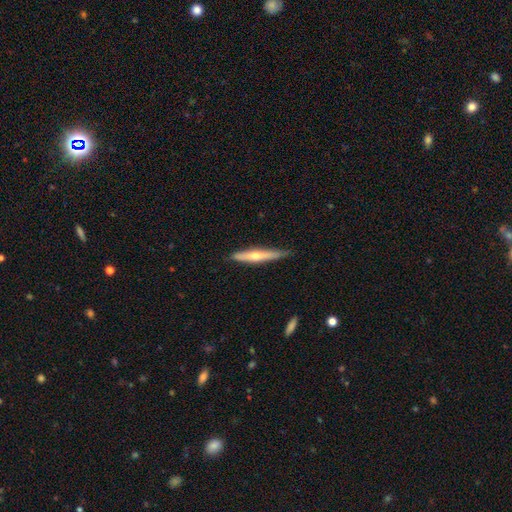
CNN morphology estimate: smooth-or-featured: featured or disk: 49% | smooth: 46% | star or artifact: 5%
  merging: none: 77% | minor disturbance: 19% | major disturbance: 3% | merger: 1%